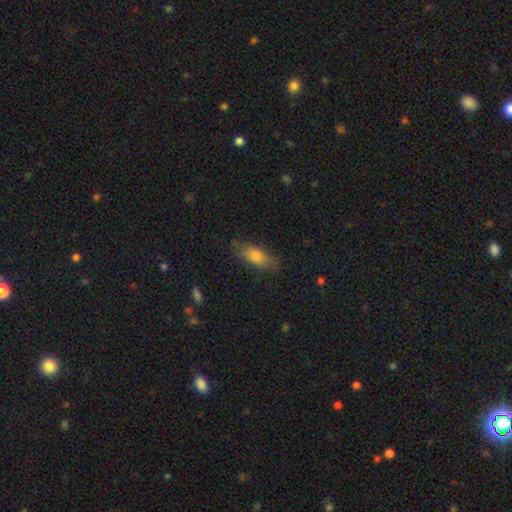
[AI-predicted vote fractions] Smooth or featured? Predicted: smooth (p=0.79). How rounded? Predicted: in between (p=0.75). Merging? Predicted: none (p=0.79).